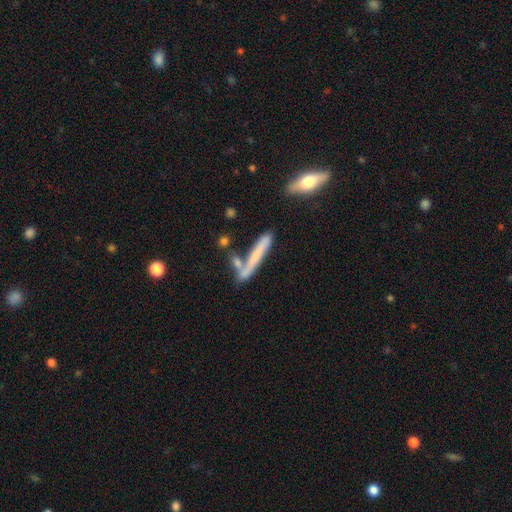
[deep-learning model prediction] The model was most divided on "smooth or featured": smooth: 53%, featured or disk: 38%, star or artifact: 9%. More confident: how rounded — cigar-shaped (92%); merging — none (59%).